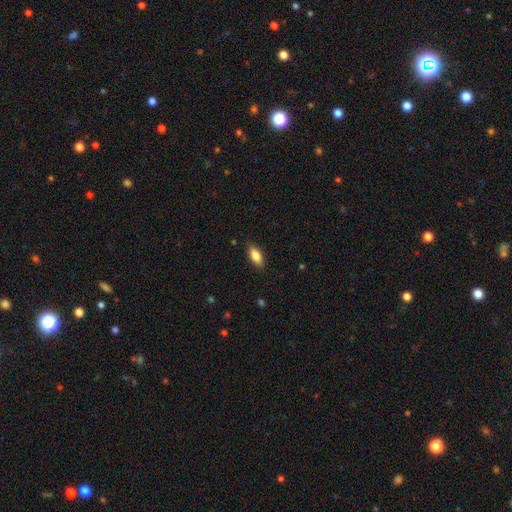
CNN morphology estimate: Smooth or featured?
  - smooth: 83% *
  - featured or disk: 10%
  - star or artifact: 7%
How rounded?
  - in between: 83% *
  - cigar-shaped: 14%
  - round: 2%
Merging?
  - none: 86% *
  - minor disturbance: 10%
  - major disturbance: 2%
  - merger: 1%